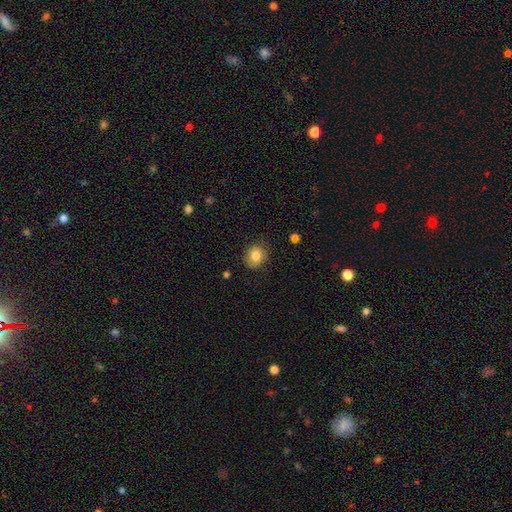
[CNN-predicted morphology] A smooth galaxy with no disk features (84%) that is round (71%).

Vote fractions:
- Smooth or featured? smooth: 84% / star or artifact: 9% / featured or disk: 7%
- How rounded? round: 71% / in between: 28% / cigar-shaped: 1%
- Merging? none: 85% / minor disturbance: 11% / major disturbance: 3% / merger: 1%